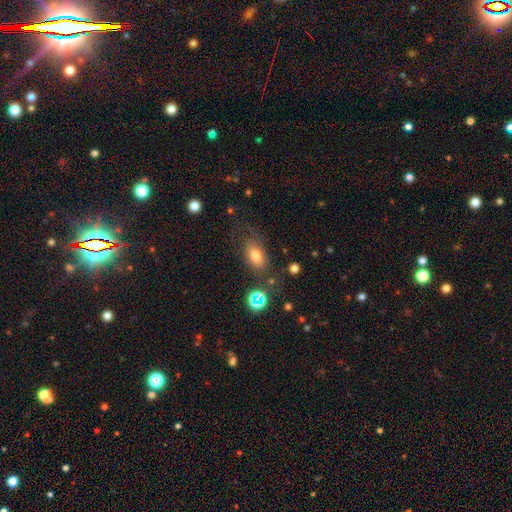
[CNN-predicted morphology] smooth 69%, featured or disk 17%, star or artifact 14%. Down the decision tree: how rounded — in between (86%); merging — none (64%).